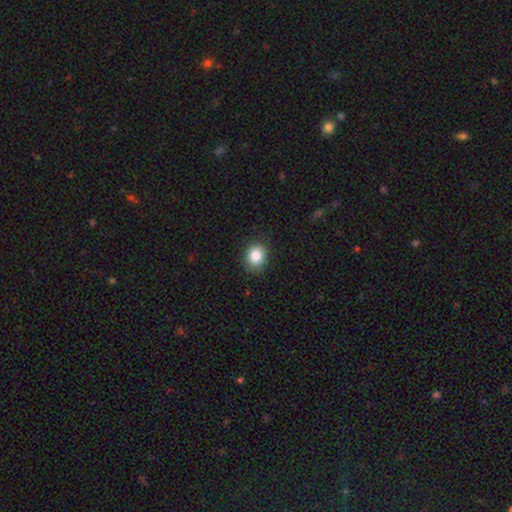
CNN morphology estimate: This is clearly a smooth galaxy (85%). How rounded: likely round (62%). Merging: clearly none (87%).